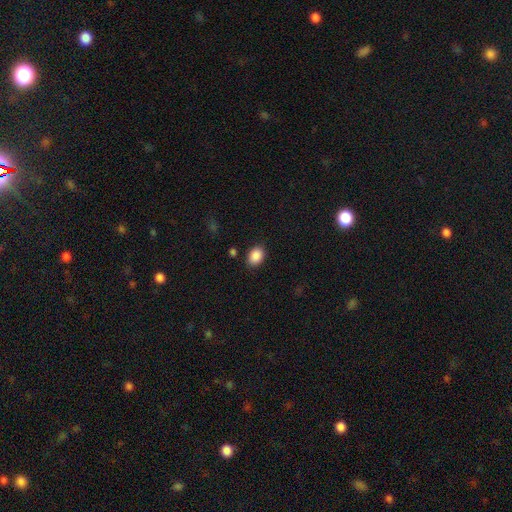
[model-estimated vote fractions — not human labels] smooth 89%, star or artifact 8%, featured or disk 3%. Down the decision tree: how rounded — in between (69%); merging — none (85%).